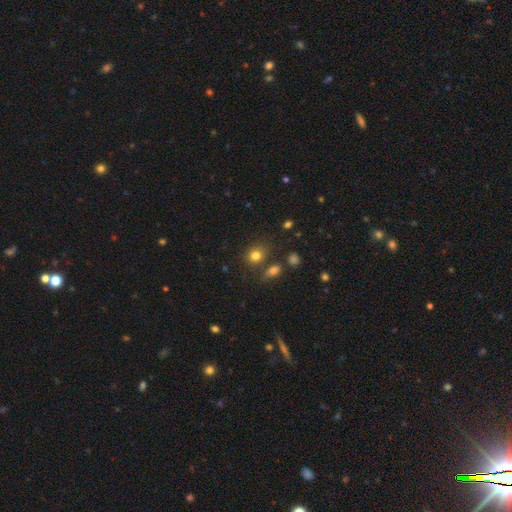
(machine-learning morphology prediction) The model was most divided on "how rounded": round: 65%, in between: 34%, cigar-shaped: 1%. More confident: smooth or featured — smooth (80%); merging — none (72%).